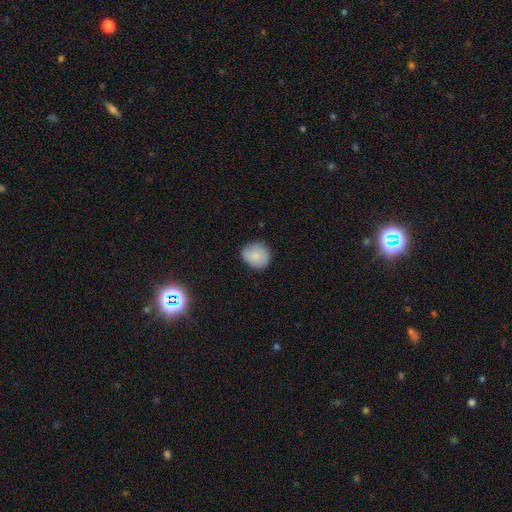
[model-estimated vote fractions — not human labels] smooth_or_featured: smooth (p=0.82) [alt: featured or disk p=0.10]
how_rounded: round (p=0.83) [alt: in between p=0.16]
merging: none (p=0.80) [alt: minor disturbance p=0.16]